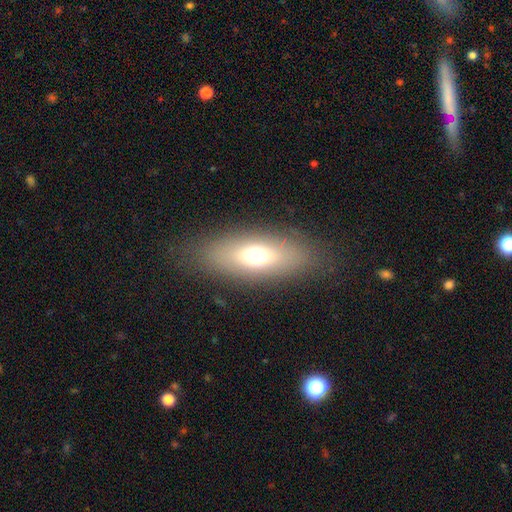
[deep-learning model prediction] Smooth or featured: smooth — 65% (featured or disk — 24%)
How rounded: in between — 75% (cigar-shaped — 18%)
Merging: none — 83% (minor disturbance — 10%)